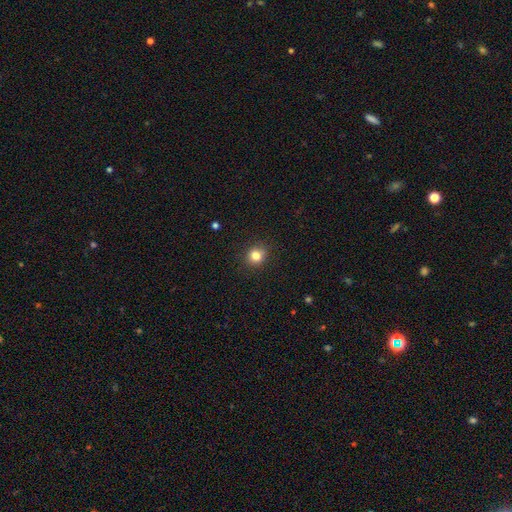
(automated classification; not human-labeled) smooth_or_featured: smooth (p=0.82) [alt: star or artifact p=0.12]
how_rounded: round (p=0.83) [alt: in between p=0.16]
merging: none (p=0.89) [alt: minor disturbance p=0.08]